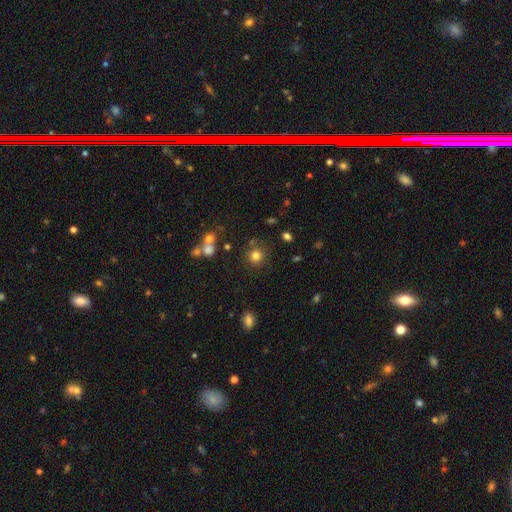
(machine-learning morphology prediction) This appears to be a smooth galaxy with no disk features (79%) that is round (92%). Merging: none (81%).